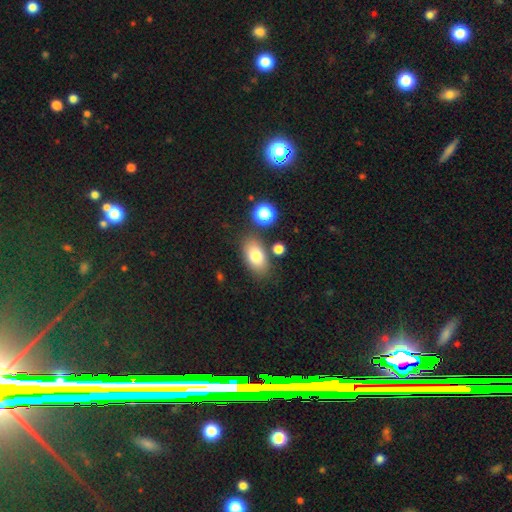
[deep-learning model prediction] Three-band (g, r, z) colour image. It shows a smooth galaxy with no disk features (78%) that is in between round and cigar-shaped (90%). Merging: none (78%).